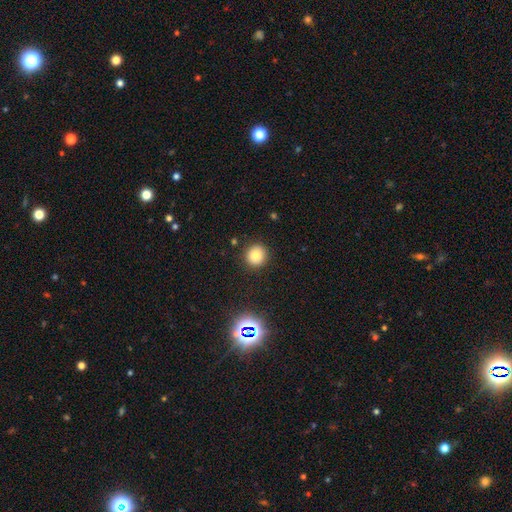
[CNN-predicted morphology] type=smooth (80%); roundness=round (93%); merging=none (90%).